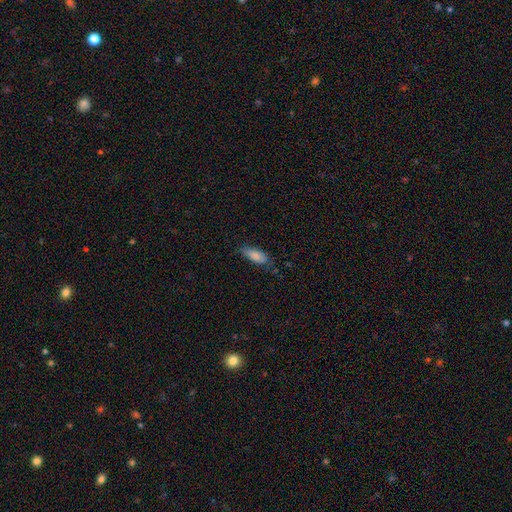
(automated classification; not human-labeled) This appears to be a smooth galaxy with no disk features (84%) that is in between round and cigar-shaped (77%). Merging: none (67%).